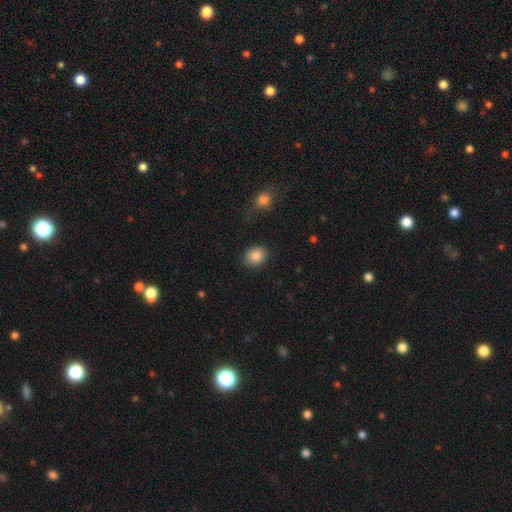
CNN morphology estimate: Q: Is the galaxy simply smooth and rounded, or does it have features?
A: smooth — 87%.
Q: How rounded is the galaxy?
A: round — 57%.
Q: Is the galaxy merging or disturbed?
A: none — 86%.